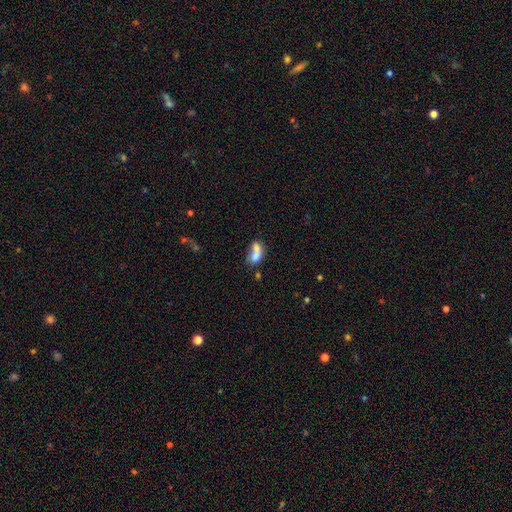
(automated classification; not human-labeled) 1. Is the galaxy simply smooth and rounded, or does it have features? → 69% smooth, 21% featured or disk, 10% star or artifact.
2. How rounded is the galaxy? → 77% in between, 18% round, 5% cigar-shaped.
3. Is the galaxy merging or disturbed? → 66% merger, 17% none, 9% minor disturbance, 8% major disturbance.